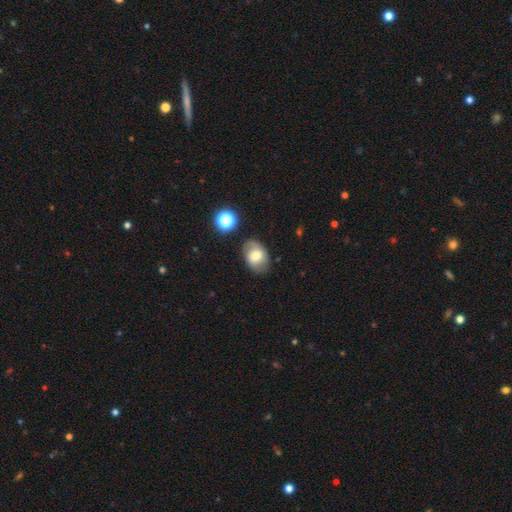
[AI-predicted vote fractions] The model was most divided on "smooth or featured": smooth: 62%, featured or disk: 29%, star or artifact: 10%. More confident: merging — none (76%); how rounded — in between (75%).